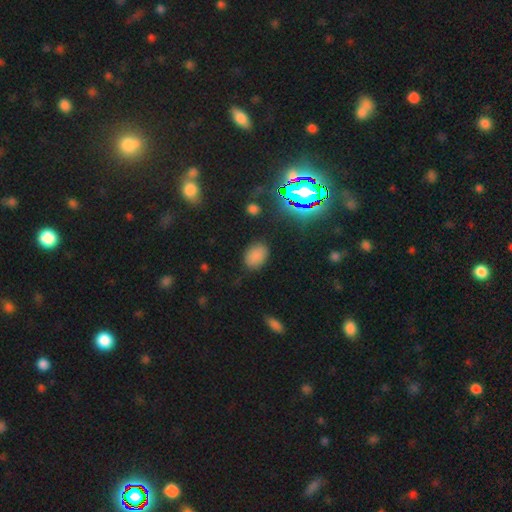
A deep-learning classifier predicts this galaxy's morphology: This is likely a smooth galaxy (79%). How rounded: clearly in between (82%). Merging: clearly none (82%).